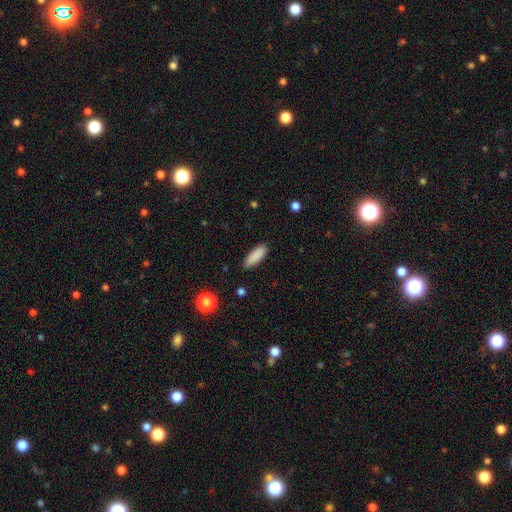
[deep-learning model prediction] The model was most divided on "how rounded": in between: 60%, cigar-shaped: 39%, round: 2%. More confident: smooth or featured — smooth (88%); merging — none (87%).